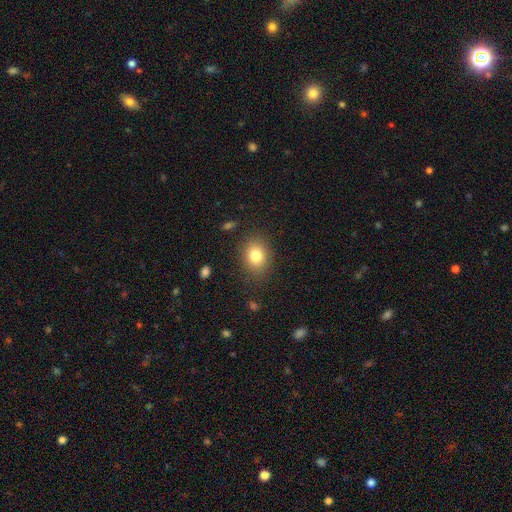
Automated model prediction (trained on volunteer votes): Smooth or featured? smooth (80%)
How rounded? in between (53%)
Merging? none (85%)